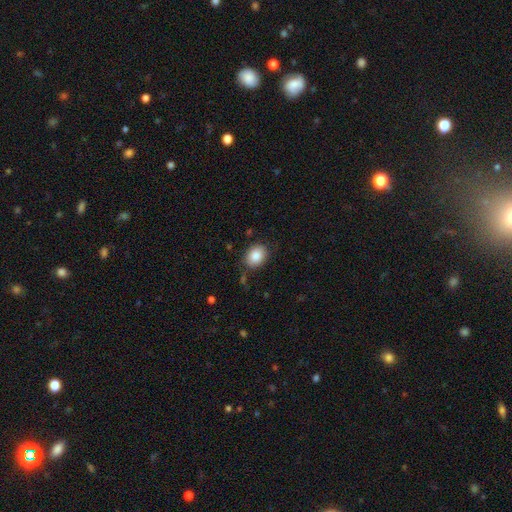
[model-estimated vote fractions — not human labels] smooth-or-featured: smooth: 85% | star or artifact: 8% | featured or disk: 7%
  how-rounded: in between: 53% | round: 47% | cigar-shaped: 1%
  merging: none: 83% | minor disturbance: 12% | major disturbance: 3% | merger: 2%